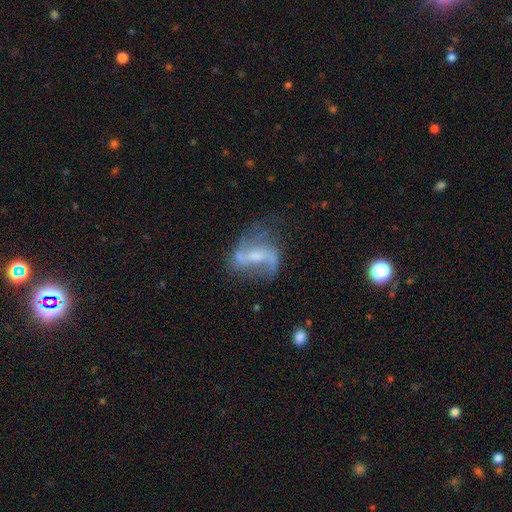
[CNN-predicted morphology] Overall: featured or disk (79%). Edge-on disk: no (96%). Bar: weak (43%; no 31%). Spiral arms: yes (87%). Spiral arm count: 2 (80%). Spiral winding: loose (61%; medium 31%). Bulge size: small (40%; moderate 35%). Merging: none (50%; major disturbance 22%).